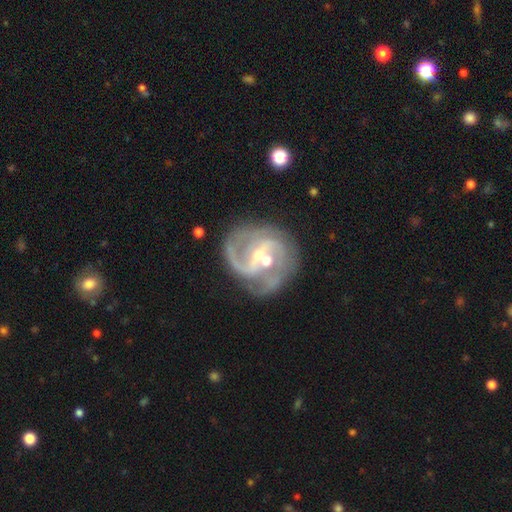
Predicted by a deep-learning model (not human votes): Morphology: type=featured or disk (89%); edge-on=no (98%); bar=weak (44%); spiral arms=yes (97%); winding=medium (51%); arm count=2 (62%); bulge=small (55%); merging=none (60%).